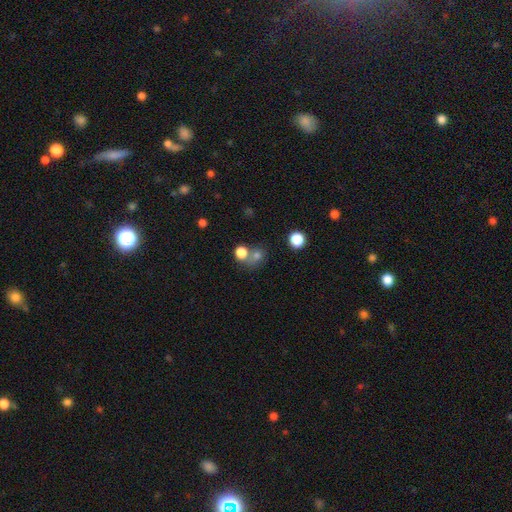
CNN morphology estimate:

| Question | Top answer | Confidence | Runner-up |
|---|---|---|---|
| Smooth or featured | smooth | 72% | star or artifact (19%) |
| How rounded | round | 80% | in between (19%) |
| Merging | none | 49% | merger (38%) |